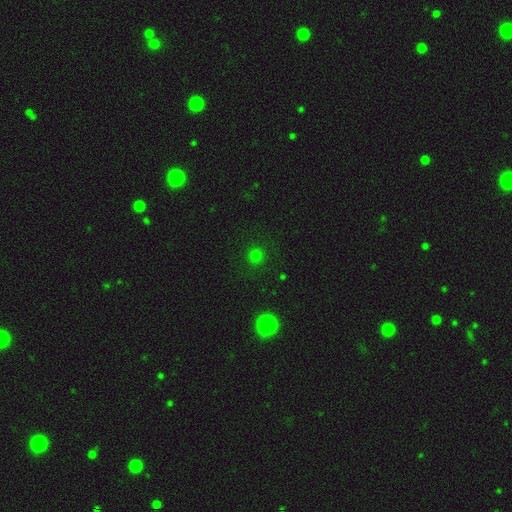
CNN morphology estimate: smooth-or-featured: smooth: 76% | star or artifact: 20% | featured or disk: 4%
  how-rounded: round: 93% | in between: 6% | cigar-shaped: 1%
  merging: none: 90% | minor disturbance: 6% | major disturbance: 2% | merger: 2%